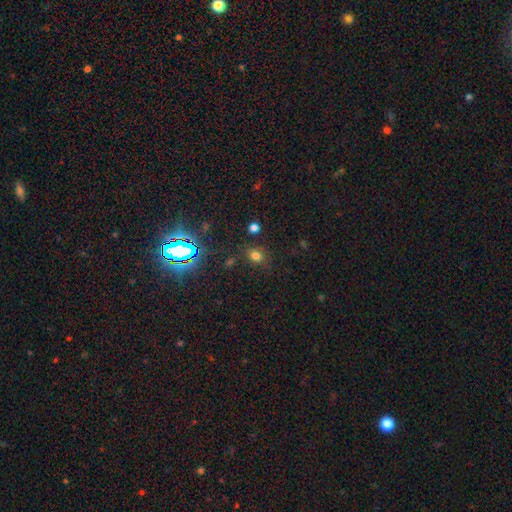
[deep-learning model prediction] Smooth or featured? Predicted: smooth (p=0.71). How rounded? Predicted: in between (p=0.53). Merging? Predicted: none (p=0.76).